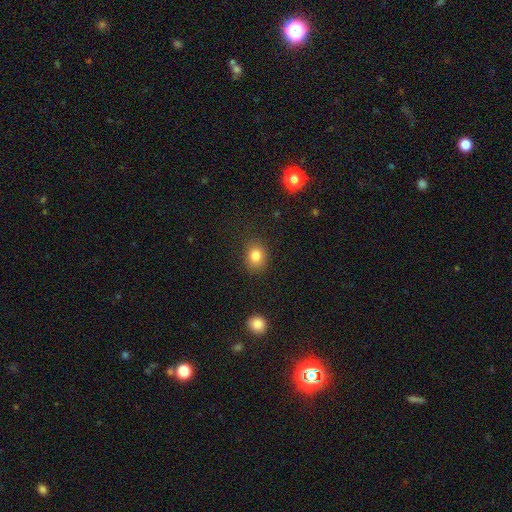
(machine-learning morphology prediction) This appears to be a smooth galaxy with no disk features (82%) that is round (60%). Merging: none (85%).